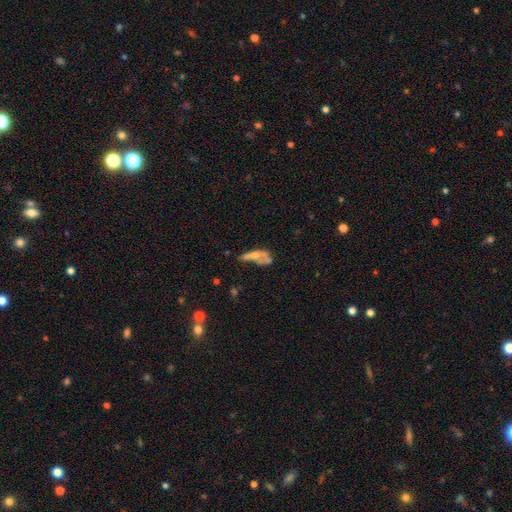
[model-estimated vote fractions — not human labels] Smooth or featured: featured or disk — 46% (smooth — 43%)
Merging: major disturbance — 36% (merger — 26%)